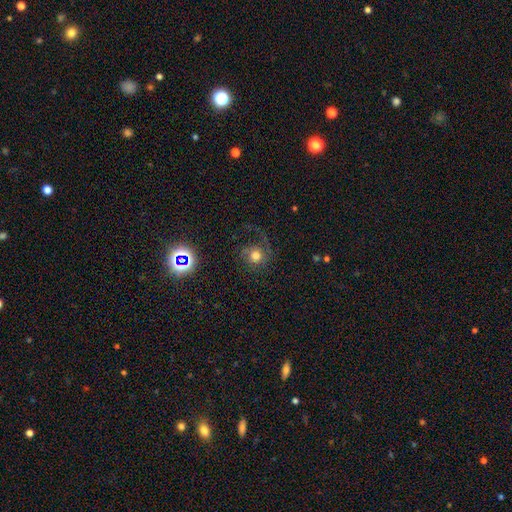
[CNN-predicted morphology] This appears to be a featured or disk galaxy (45%). Merging: none (54%).